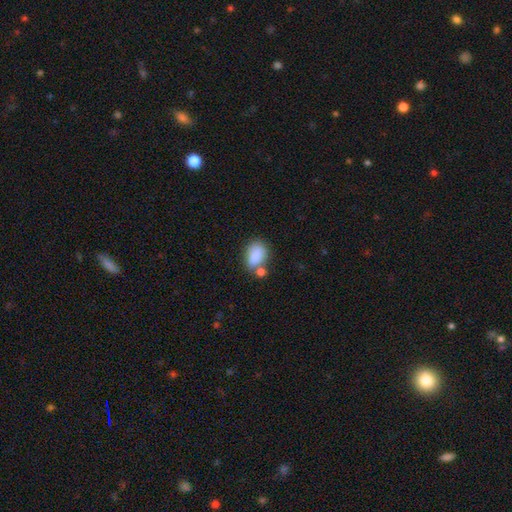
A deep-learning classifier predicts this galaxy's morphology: smooth-or-featured: smooth: 85% | star or artifact: 8% | featured or disk: 7%
  how-rounded: in between: 81% | round: 18% | cigar-shaped: 2%
  merging: none: 54% | merger: 23% | minor disturbance: 17% | major disturbance: 6%